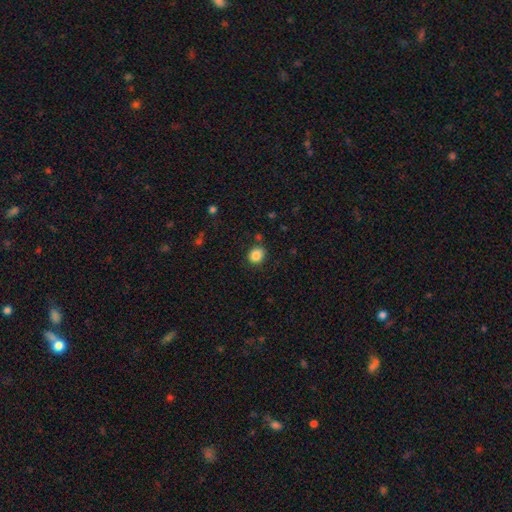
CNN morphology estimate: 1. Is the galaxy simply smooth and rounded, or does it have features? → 86% smooth, 10% star or artifact, 4% featured or disk.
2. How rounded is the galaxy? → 68% round, 32% in between, 1% cigar-shaped.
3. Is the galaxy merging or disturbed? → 82% none, 11% minor disturbance, 3% major disturbance, 3% merger.